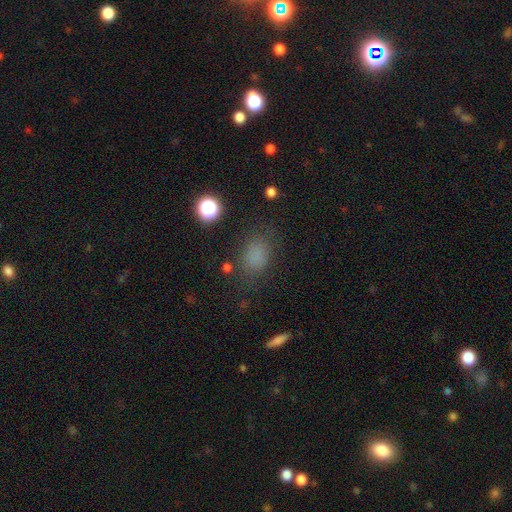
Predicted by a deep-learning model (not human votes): Smooth or featured?
  - smooth: 76% *
  - star or artifact: 17%
  - featured or disk: 7%
How rounded?
  - in between: 66% *
  - round: 32%
  - cigar-shaped: 2%
Merging?
  - none: 72% *
  - minor disturbance: 17%
  - major disturbance: 8%
  - merger: 3%